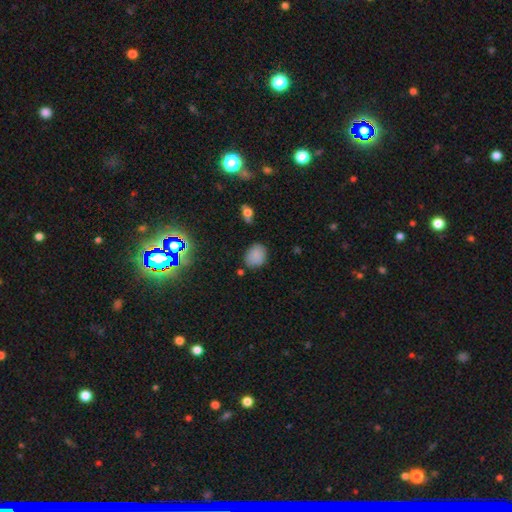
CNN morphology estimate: Smooth or featured: smooth — 80% (star or artifact — 13%)
How rounded: round — 51% (in between — 48%)
Merging: none — 76% (minor disturbance — 17%)